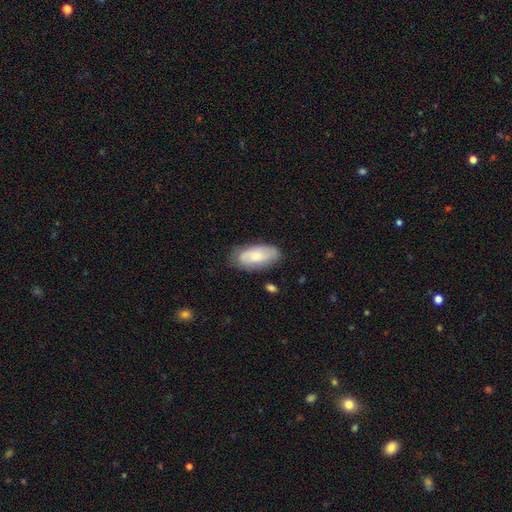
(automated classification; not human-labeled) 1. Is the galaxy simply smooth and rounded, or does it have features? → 70% smooth, 23% featured or disk, 6% star or artifact.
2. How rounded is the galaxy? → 91% in between, 7% cigar-shaped, 2% round.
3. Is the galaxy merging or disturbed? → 74% none, 20% minor disturbance, 4% major disturbance, 2% merger.